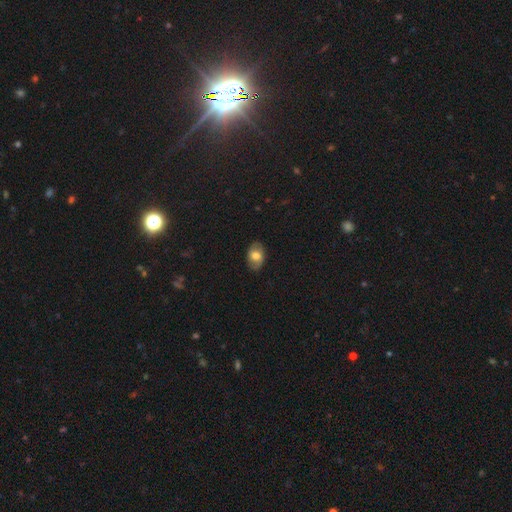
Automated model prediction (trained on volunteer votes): This is possibly a smooth galaxy (60%). How rounded: clearly in between (84%). Merging: clearly none (81%).